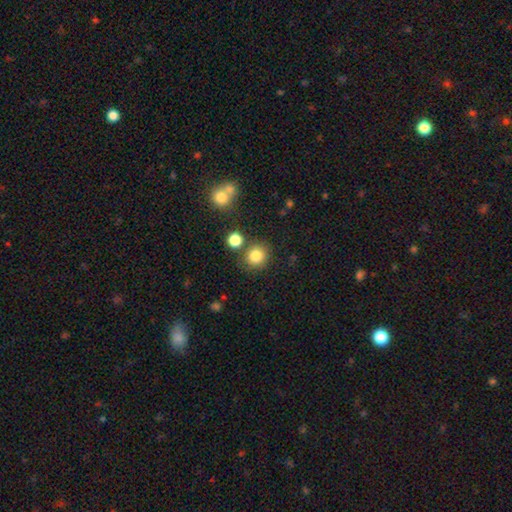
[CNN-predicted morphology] Smooth or featured: smooth — 82% (star or artifact — 12%)
How rounded: round — 88% (in between — 11%)
Merging: none — 78% (merger — 9%)